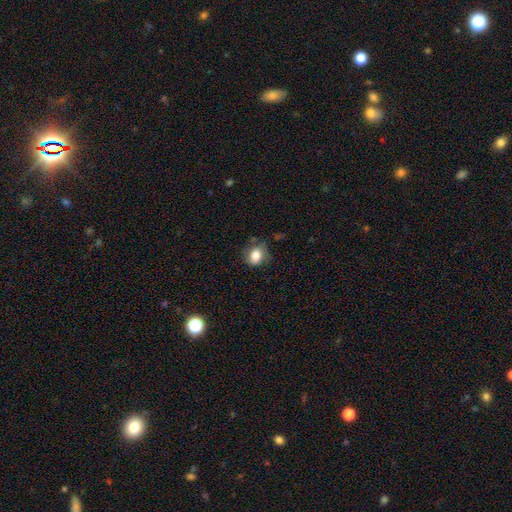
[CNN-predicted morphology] type=smooth (81%); roundness=round (54%); merging=none (63%).